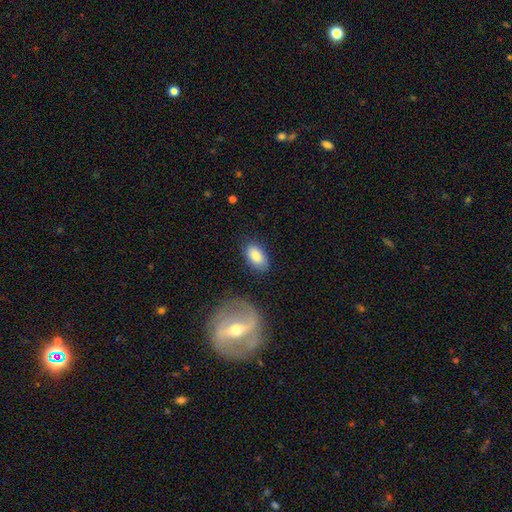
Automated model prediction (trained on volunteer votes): Smooth or featured: smooth — 81% (featured or disk — 12%)
How rounded: in between — 94% (round — 4%)
Merging: none — 78% (minor disturbance — 14%)